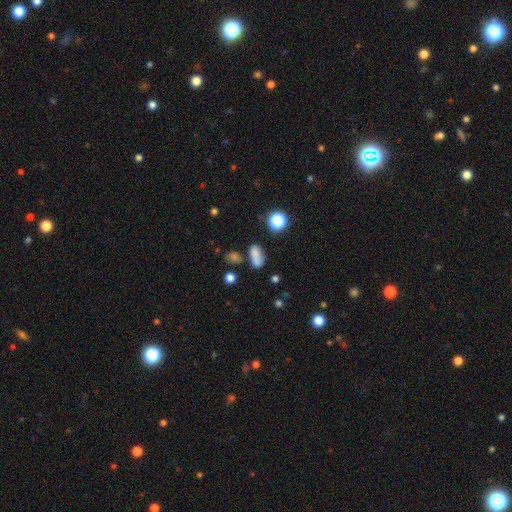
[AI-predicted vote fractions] The model was most divided on "merging": none: 52%, minor disturbance: 21%, merger: 17%, major disturbance: 10%. More confident: how rounded — in between (82%); smooth or featured — smooth (72%).